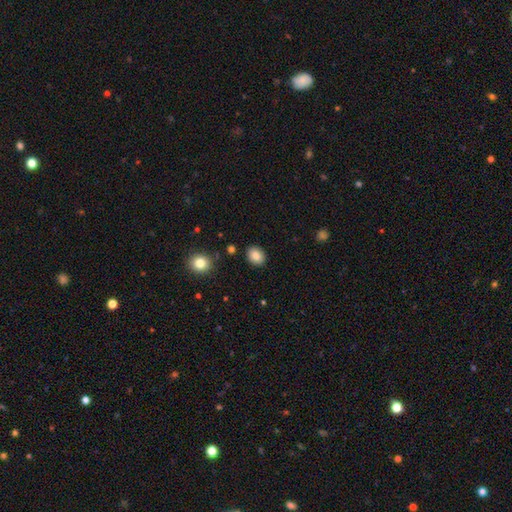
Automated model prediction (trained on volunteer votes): smooth 86%, star or artifact 9%, featured or disk 5%. Down the decision tree: how rounded — in between (52%); merging — none (89%).